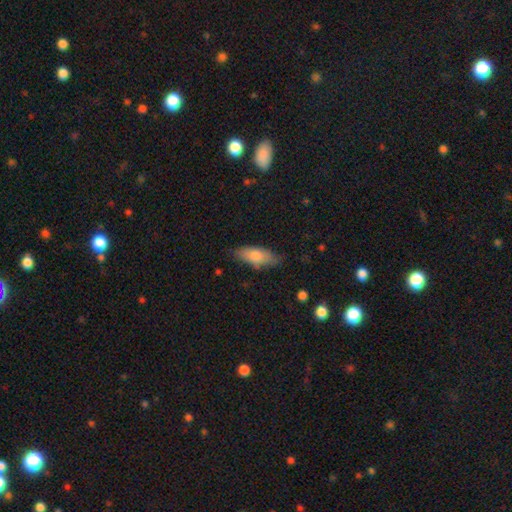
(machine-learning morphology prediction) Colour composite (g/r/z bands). It shows a smooth galaxy with no disk features (74%) that is in between round and cigar-shaped (77%). Merging: none (73%).